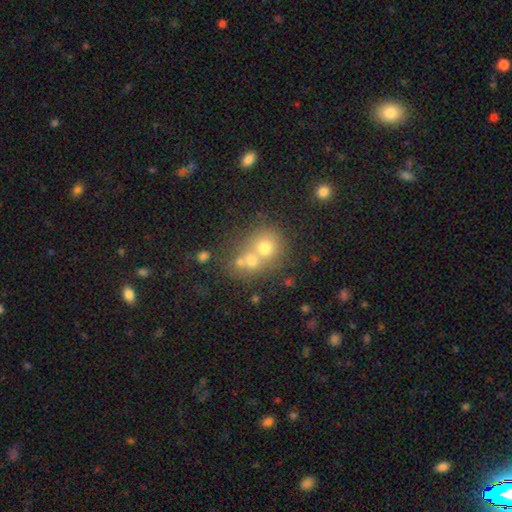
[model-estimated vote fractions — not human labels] The model was most divided on "merging": merger: 54%, none: 36%, minor disturbance: 7%, major disturbance: 4%. More confident: how rounded — round (79%); smooth or featured — smooth (61%).